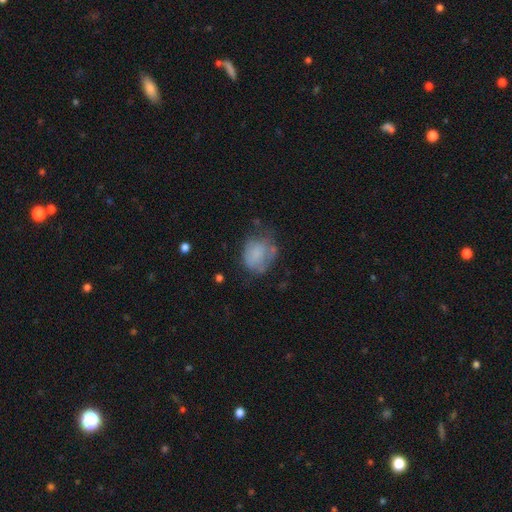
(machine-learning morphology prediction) type=smooth (66%); roundness=round (52%); merging=none (41%).